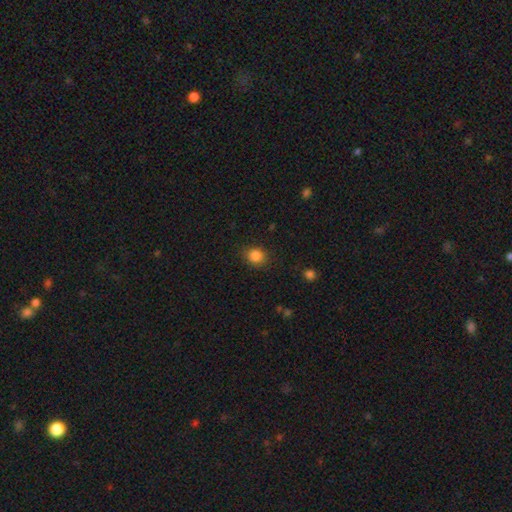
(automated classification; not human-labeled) This appears to be a smooth galaxy with no disk features (85%) that is round (72%). Merging: none (85%).